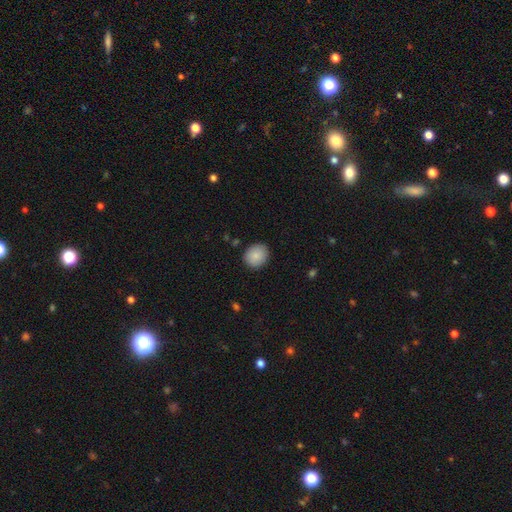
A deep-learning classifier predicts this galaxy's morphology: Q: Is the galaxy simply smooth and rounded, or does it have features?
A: smooth — 87%.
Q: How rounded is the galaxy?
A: round — 75%.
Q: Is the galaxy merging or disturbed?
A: none — 88%.